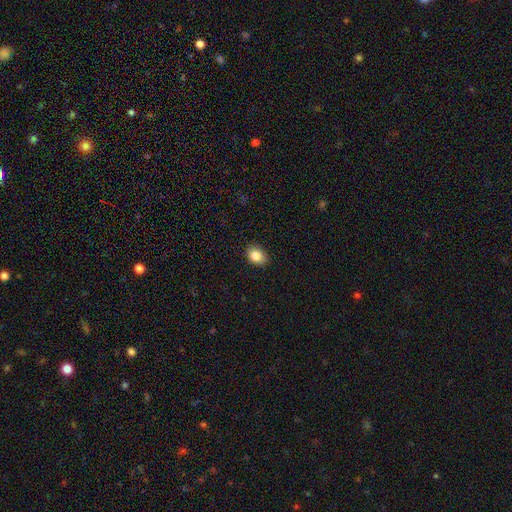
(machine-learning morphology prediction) The model was most divided on "how rounded": in between: 67%, round: 32%, cigar-shaped: 1%. More confident: merging — none (88%); smooth or featured — smooth (86%).